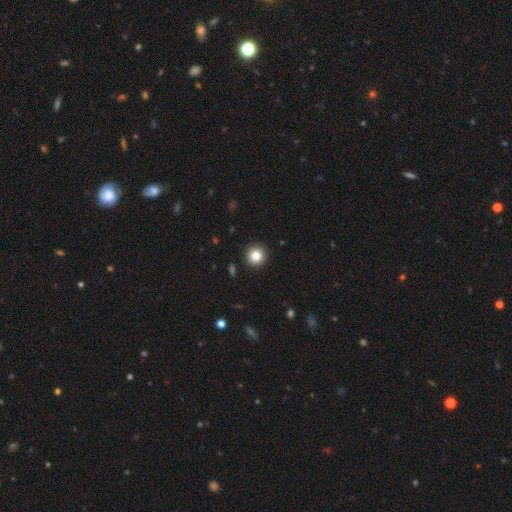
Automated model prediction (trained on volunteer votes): Smooth or featured? Predicted: smooth (p=0.84). How rounded? Predicted: round (p=0.95). Merging? Predicted: none (p=0.92).